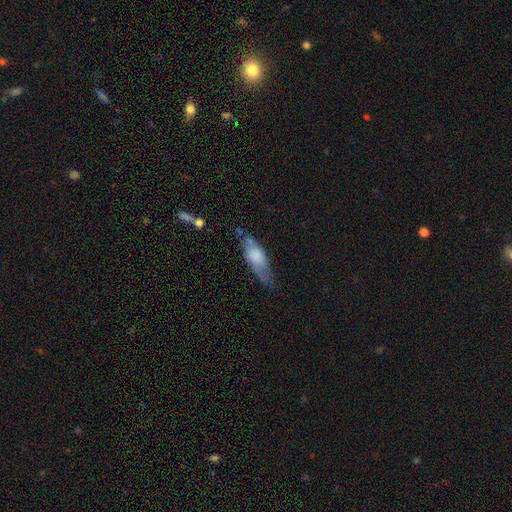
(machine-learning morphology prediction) smooth-or-featured: smooth: 62% | featured or disk: 31% | star or artifact: 7%
  how-rounded: in between: 61% | cigar-shaped: 36% | round: 3%
  merging: none: 52% | minor disturbance: 31% | major disturbance: 12% | merger: 5%